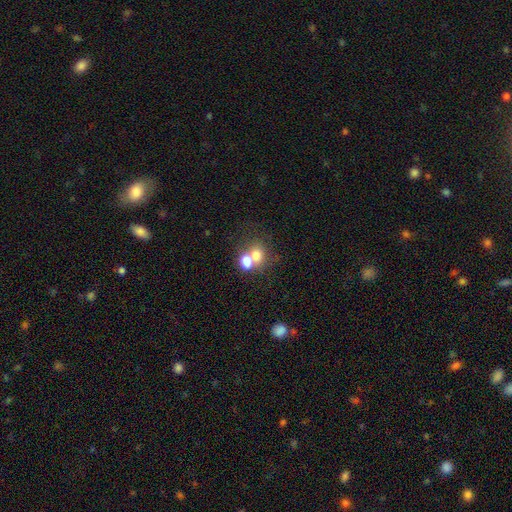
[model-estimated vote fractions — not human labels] Smooth or featured: smooth — 71% (featured or disk — 16%)
How rounded: round — 55% (in between — 44%)
Merging: merger — 59% (none — 29%)